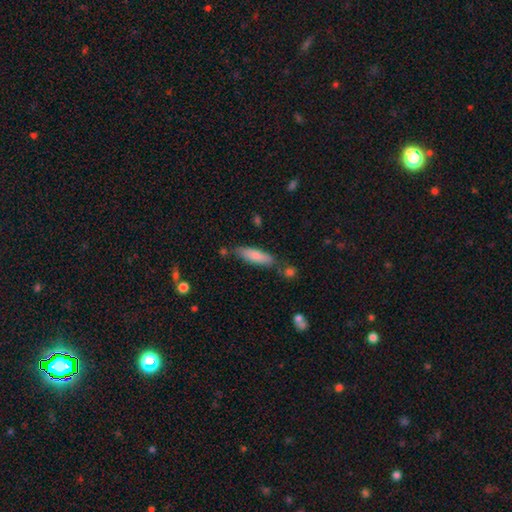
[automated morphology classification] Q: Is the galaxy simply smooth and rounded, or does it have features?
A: smooth — 80%.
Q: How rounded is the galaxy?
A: cigar-shaped — 57%.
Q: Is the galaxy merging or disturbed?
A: none — 72%.